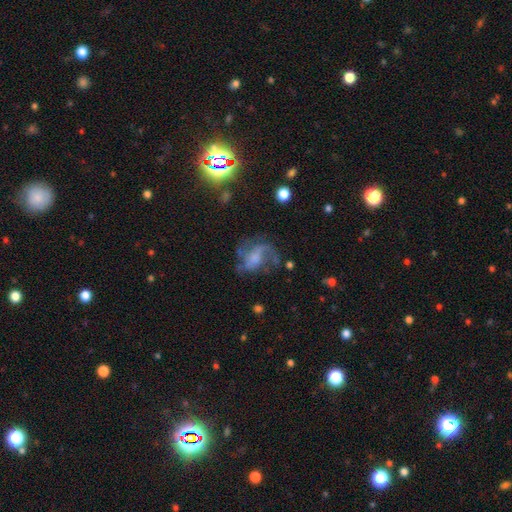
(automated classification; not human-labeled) A featured or disk galaxy (65%) with no bar (51%), 2 (48%) medium (45%) spiral arms (86%) and a moderate central bulge (30%).

Vote fractions:
- Smooth or featured? featured or disk: 65% / star or artifact: 19% / smooth: 17%
- Edge-on disk? no: 97% / yes: 3%
- Bar? no: 51% / weak: 37% / strong: 12%
- Spiral arms? yes: 86% / no: 14%
- Spiral winding? medium: 45% / loose: 37% / tight: 18%
- Spiral arm count? 2: 48% / can't tell: 19% / 1: 15% / 3: 12% / 4: 3% / more than 4: 3%
- Bulge size? moderate: 30% / none: 29% / small: 27% / large: 12% / dominant: 2%
- Merging? none: 55% / major disturbance: 23% / minor disturbance: 19% / merger: 3%